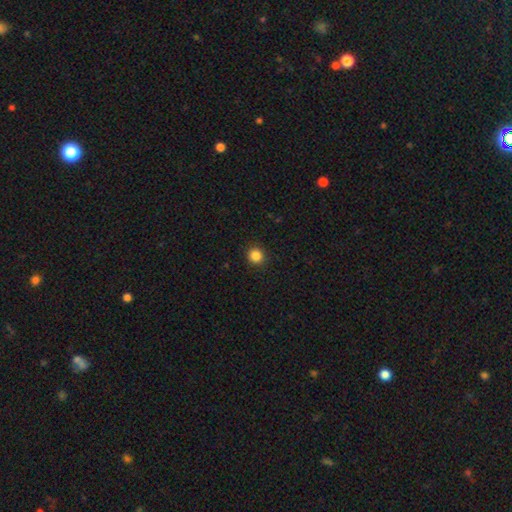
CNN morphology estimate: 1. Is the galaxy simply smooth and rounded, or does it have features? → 85% smooth, 11% star or artifact, 3% featured or disk.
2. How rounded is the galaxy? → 91% round, 8% in between, 1% cigar-shaped.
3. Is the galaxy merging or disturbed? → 92% none, 5% minor disturbance, 2% major disturbance, 1% merger.